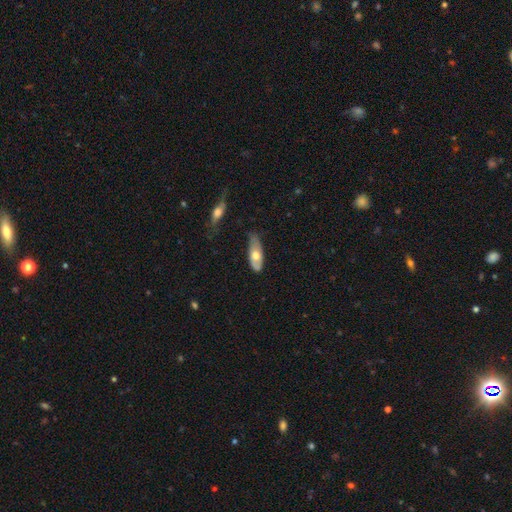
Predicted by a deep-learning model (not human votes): A smooth galaxy with no disk features (55%) that is in between round and cigar-shaped (74%).

Vote fractions:
- Smooth or featured? smooth: 55% / featured or disk: 39% / star or artifact: 6%
- How rounded? in between: 74% / cigar-shaped: 23% / round: 3%
- Merging? none: 57% / minor disturbance: 32% / major disturbance: 8% / merger: 2%